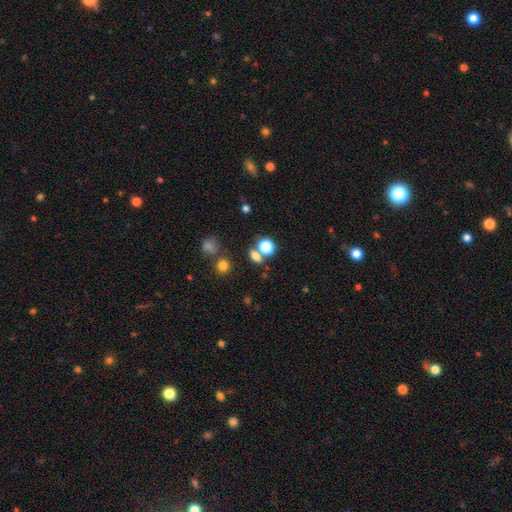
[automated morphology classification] This is likely a smooth galaxy (72%). How rounded: possibly in between (54%). Merging: possibly none (59%).